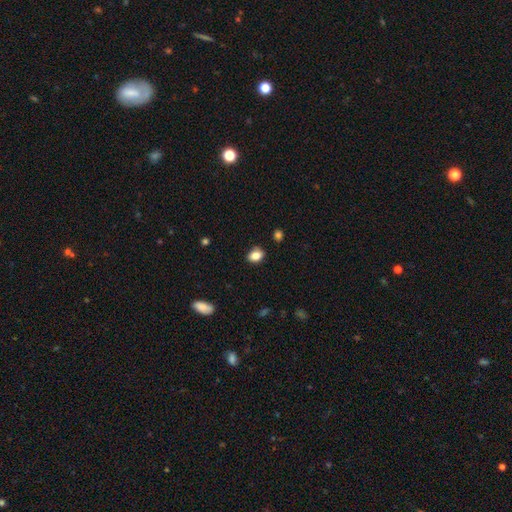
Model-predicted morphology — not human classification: type=smooth (83%); roundness=in between (62%); merging=none (82%).